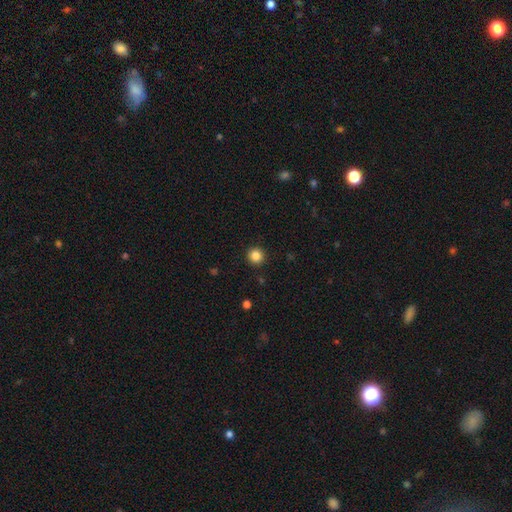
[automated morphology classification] smooth 85%, star or artifact 11%, featured or disk 4%. Down the decision tree: how rounded — round (95%); merging — none (92%).